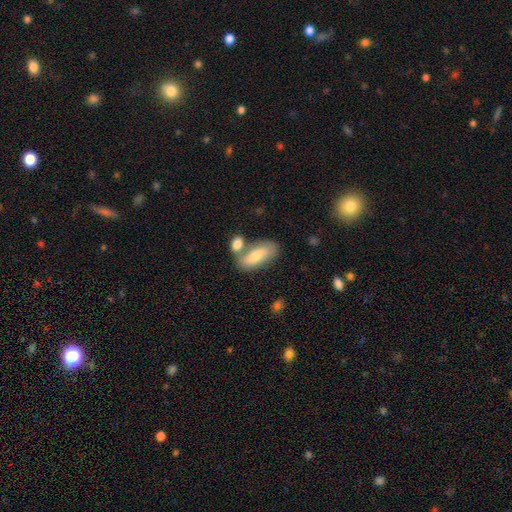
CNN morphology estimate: Q: Smooth or featured?
A: smooth (68%); runner-up: featured or disk (26%)
Q: How rounded?
A: in between (80%); runner-up: cigar-shaped (16%)
Q: Merging?
A: none (53%); runner-up: merger (30%)